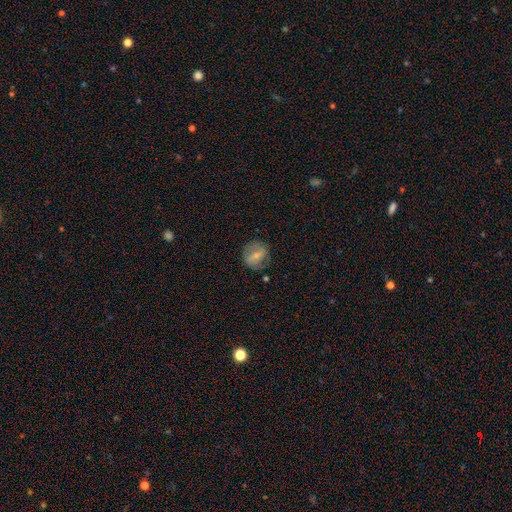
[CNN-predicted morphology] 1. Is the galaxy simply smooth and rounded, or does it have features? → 52% smooth, 38% featured or disk, 9% star or artifact.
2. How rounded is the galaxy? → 69% round, 29% in between, 2% cigar-shaped.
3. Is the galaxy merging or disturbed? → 71% none, 19% minor disturbance, 8% major disturbance, 2% merger.